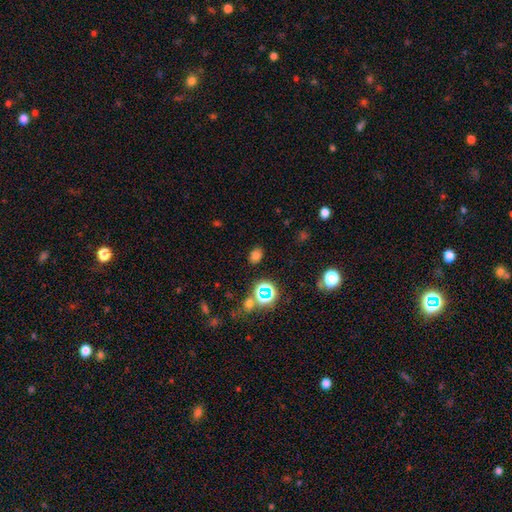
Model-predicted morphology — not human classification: A smooth galaxy with no disk features (70%) that is in between round and cigar-shaped (65%). Merging: none (83%).